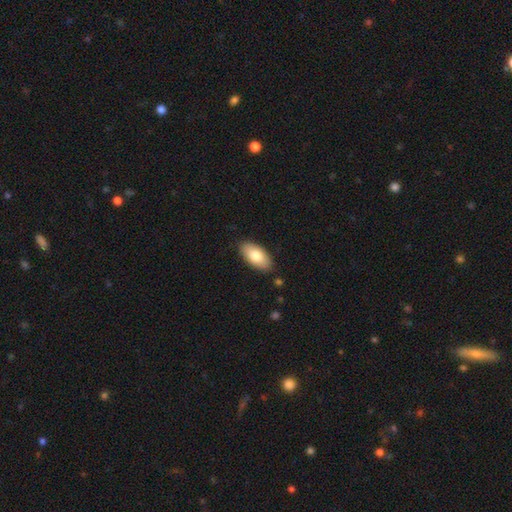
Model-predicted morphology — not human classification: smooth_or_featured: smooth (p=0.77) [alt: featured or disk p=0.17]
how_rounded: in between (p=0.94) [alt: cigar-shaped p=0.04]
merging: none (p=0.86) [alt: minor disturbance p=0.10]